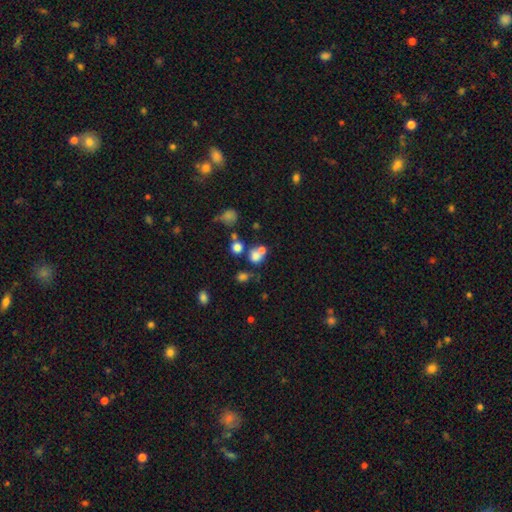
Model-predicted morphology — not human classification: Smooth or featured? Predicted: smooth (p=0.68). How rounded? Predicted: round (p=0.74). Merging? Predicted: none (p=0.43).